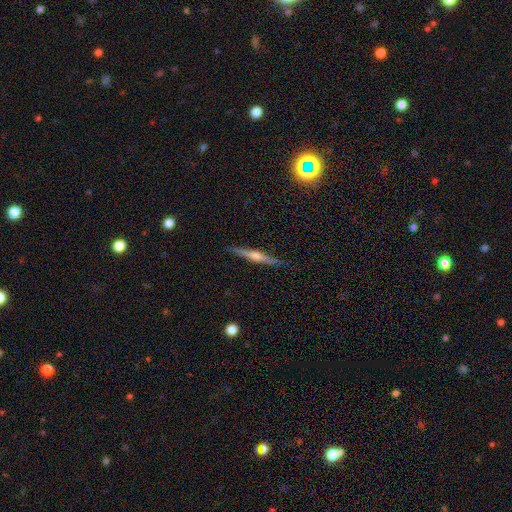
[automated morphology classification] type=featured or disk (69%); edge-on=yes (98%); edge-on bulge=rounded (79%); merging=none (89%).